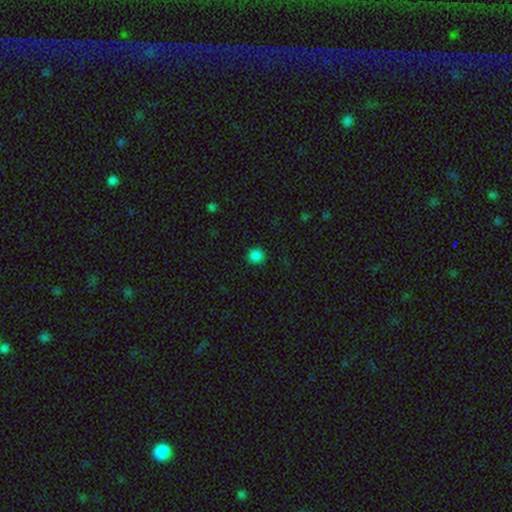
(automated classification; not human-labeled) This is clearly a smooth galaxy (85%). How rounded: clearly round (89%). Merging: clearly none (91%).